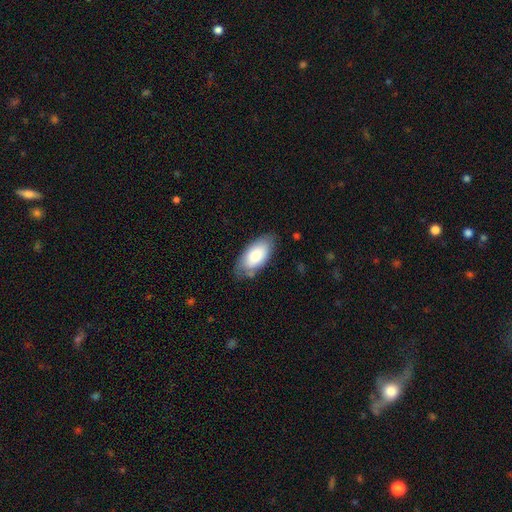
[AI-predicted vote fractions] This is clearly a smooth galaxy (81%). How rounded: clearly in between (94%). Merging: likely none (71%).